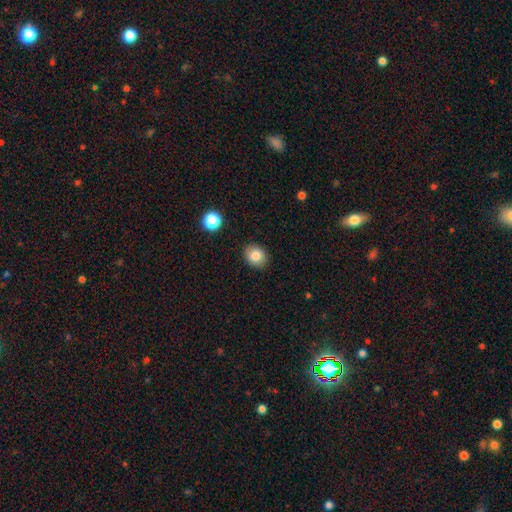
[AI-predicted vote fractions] smooth-or-featured: smooth: 83% | star or artifact: 10% | featured or disk: 8%
  how-rounded: round: 53% | in between: 46% | cigar-shaped: 1%
  merging: none: 88% | minor disturbance: 8% | major disturbance: 2% | merger: 1%